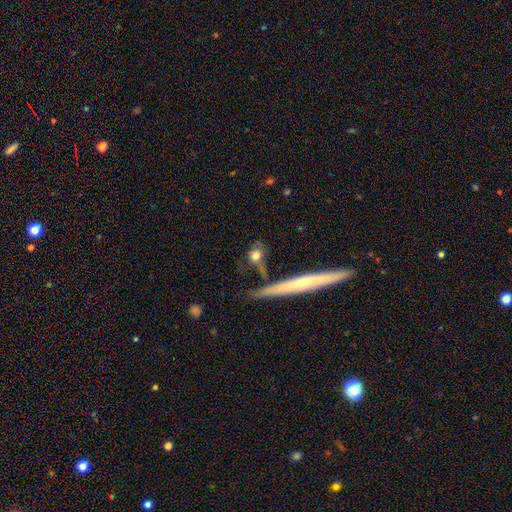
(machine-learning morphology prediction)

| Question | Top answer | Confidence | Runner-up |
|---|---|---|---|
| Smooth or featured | smooth | 64% | featured or disk (27%) |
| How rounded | round | 47% | in between (29%) |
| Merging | none | 57% | minor disturbance (17%) |